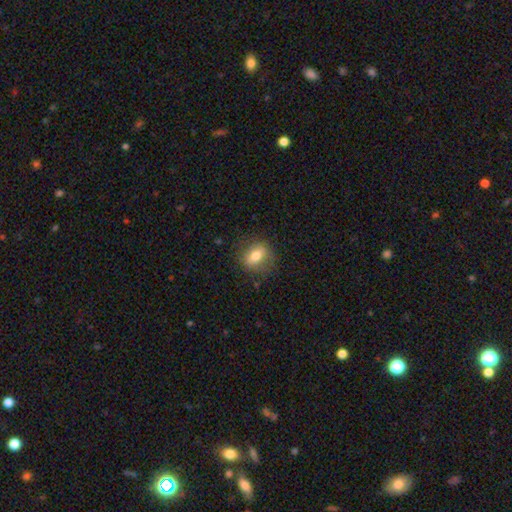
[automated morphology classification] Smooth or featured? Predicted: smooth (p=0.69). How rounded? Predicted: in between (p=0.58). Merging? Predicted: none (p=0.80).